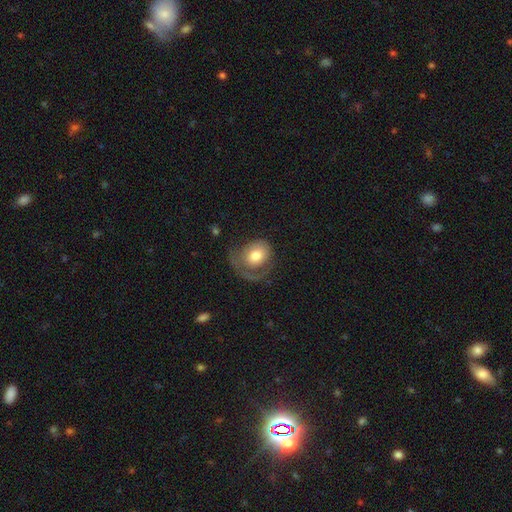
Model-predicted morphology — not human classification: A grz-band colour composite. It shows a smooth galaxy with no disk features (54%) that is round (57%). Merging: major disturbance (41%).